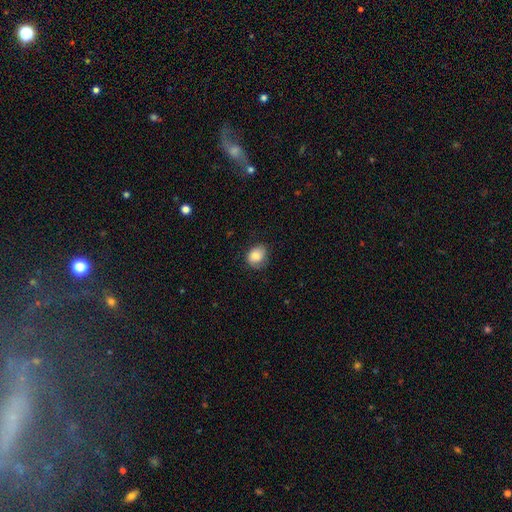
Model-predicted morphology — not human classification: smooth-or-featured: smooth: 82% | featured or disk: 10% | star or artifact: 8%
  how-rounded: round: 53% | in between: 46% | cigar-shaped: 1%
  merging: none: 68% | minor disturbance: 25% | major disturbance: 6% | merger: 1%